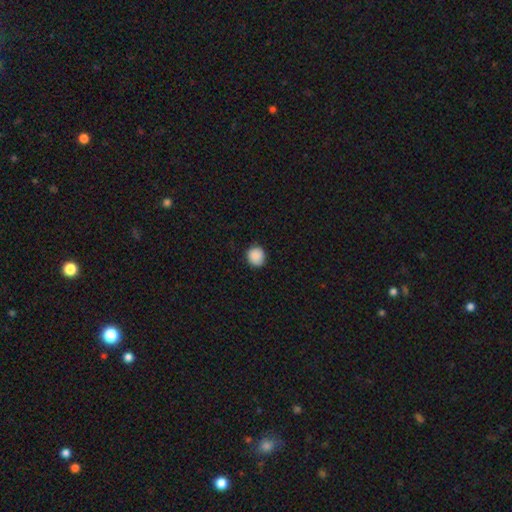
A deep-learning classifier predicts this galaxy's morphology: smooth_or_featured: smooth (p=0.89) [alt: star or artifact p=0.09]
how_rounded: round (p=0.88) [alt: in between p=0.11]
merging: none (p=0.87) [alt: minor disturbance p=0.10]